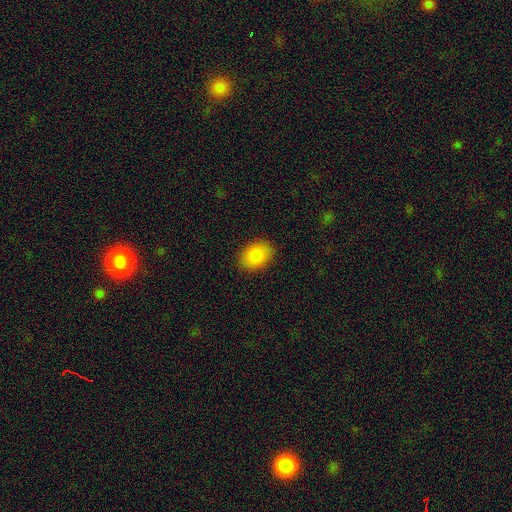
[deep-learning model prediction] smooth 86%, star or artifact 8%, featured or disk 6%. Down the decision tree: how rounded — in between (77%); merging — none (88%).